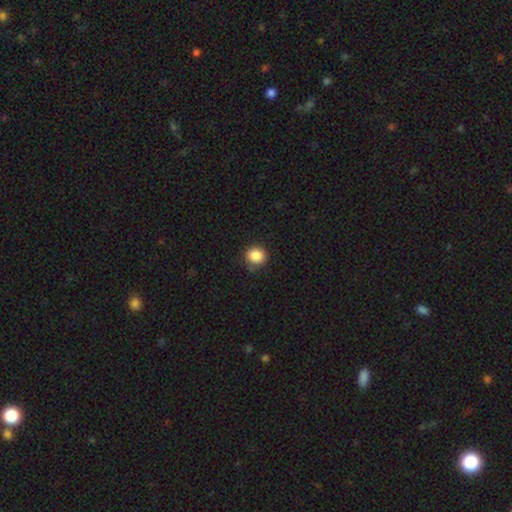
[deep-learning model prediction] Morphology: type=smooth (87%); roundness=round (89%); merging=none (85%).